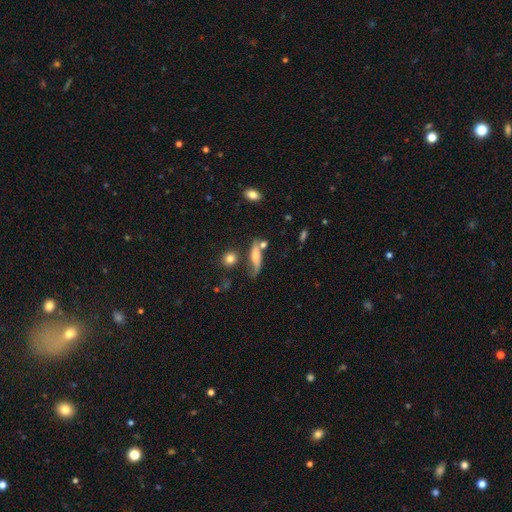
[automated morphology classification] Smooth or featured: smooth — 53% (featured or disk — 38%)
How rounded: cigar-shaped — 57% (in between — 38%)
Merging: none — 50% (minor disturbance — 24%)